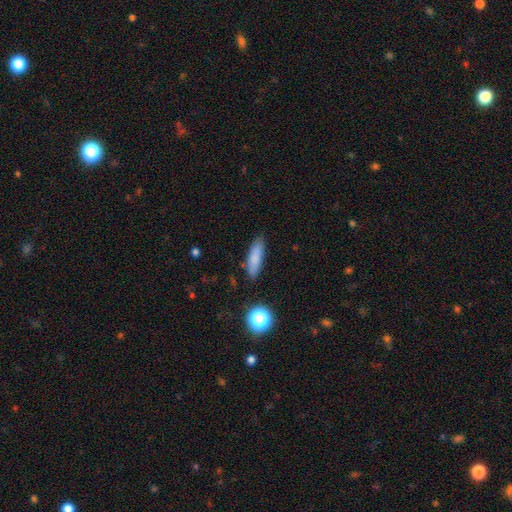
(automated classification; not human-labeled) Smooth or featured? smooth (82%)
How rounded? cigar-shaped (59%)
Merging? none (84%)